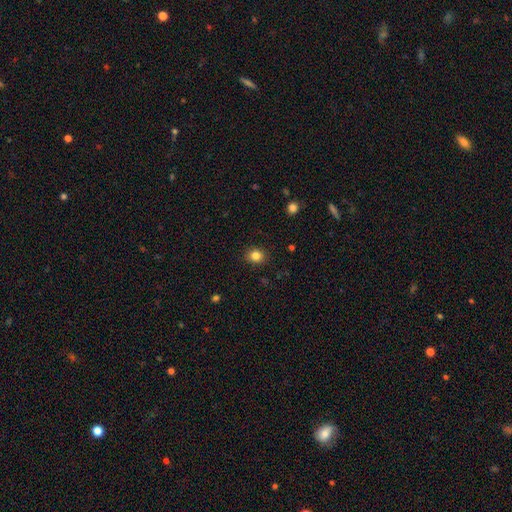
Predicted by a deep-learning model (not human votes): This is clearly a smooth galaxy (83%). How rounded: likely round (74%). Merging: clearly none (90%).